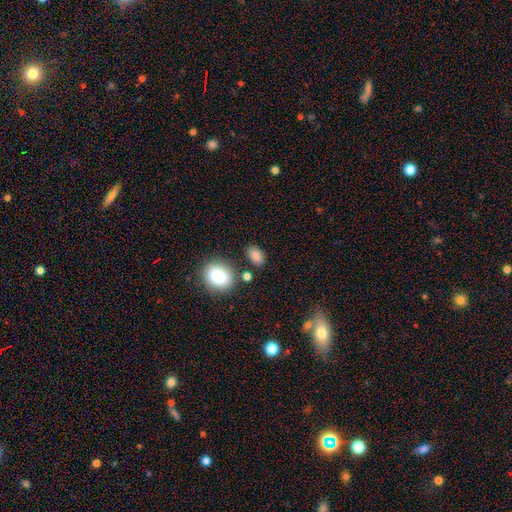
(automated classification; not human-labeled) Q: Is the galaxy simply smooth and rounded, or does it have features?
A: smooth — 85%.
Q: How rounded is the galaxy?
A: in between — 80%.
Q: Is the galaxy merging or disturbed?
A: none — 78%.